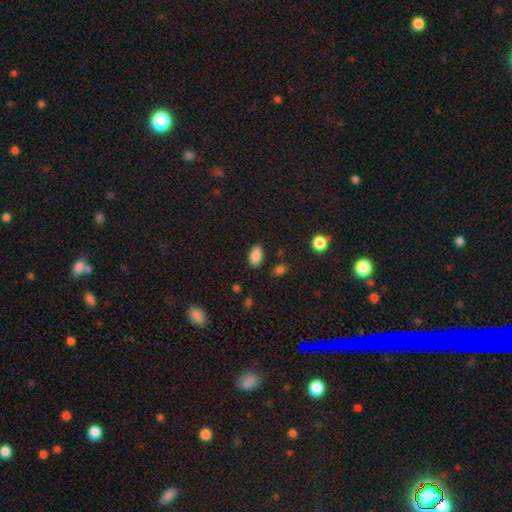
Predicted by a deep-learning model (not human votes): The model was most divided on "merging": none: 85%, minor disturbance: 10%, major disturbance: 3%, merger: 2%. More confident: how rounded — in between (93%); smooth or featured — smooth (88%).